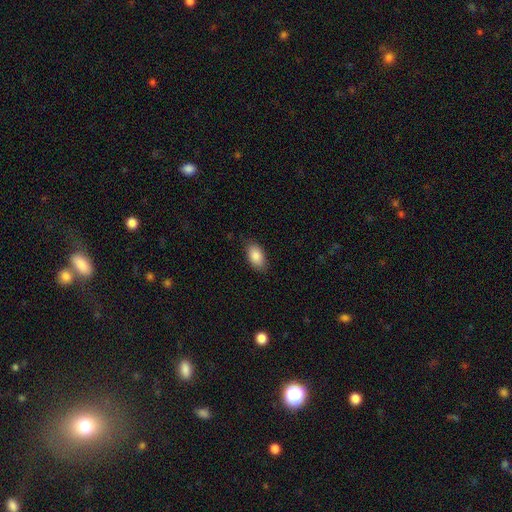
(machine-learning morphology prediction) Smooth or featured: smooth — 88% (star or artifact — 7%)
How rounded: in between — 93% (round — 5%)
Merging: none — 83% (minor disturbance — 13%)